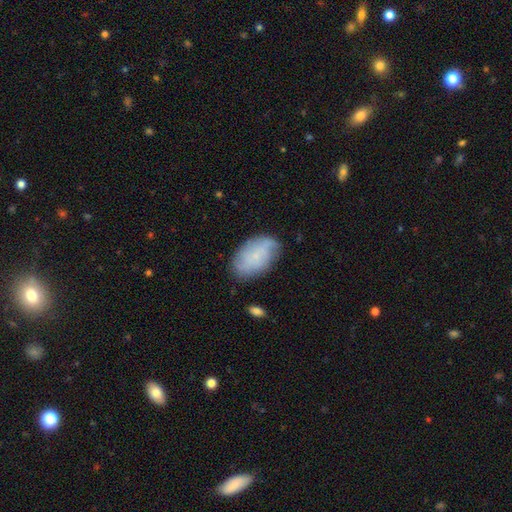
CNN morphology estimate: Q: Smooth or featured?
A: smooth (53%); runner-up: featured or disk (39%)
Q: How rounded?
A: in between (91%); runner-up: round (7%)
Q: Merging?
A: none (69%); runner-up: minor disturbance (23%)